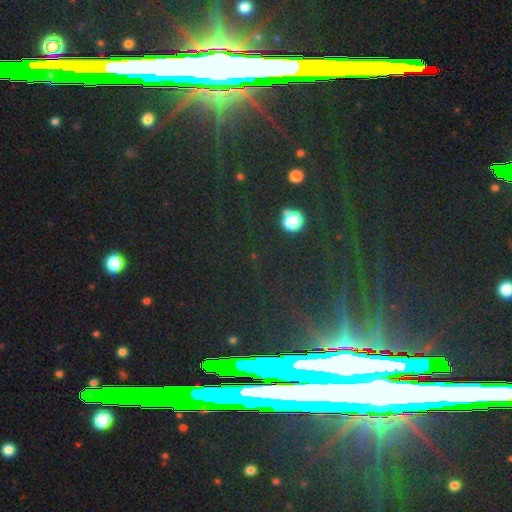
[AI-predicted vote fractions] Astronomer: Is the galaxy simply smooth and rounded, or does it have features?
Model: star or artifact — 77%.